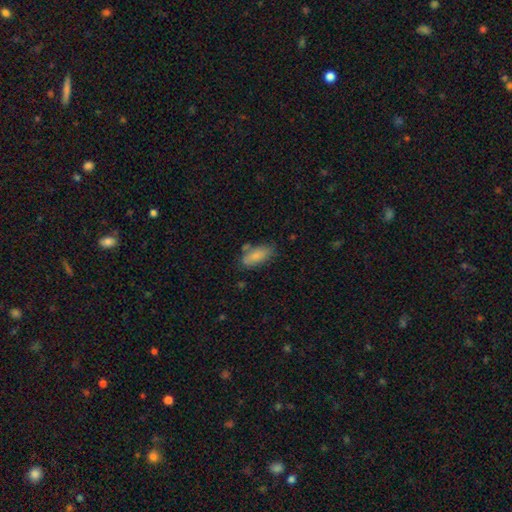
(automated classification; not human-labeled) smooth 82%, featured or disk 11%, star or artifact 7%. Down the decision tree: how rounded — in between (85%); merging — none (63%).